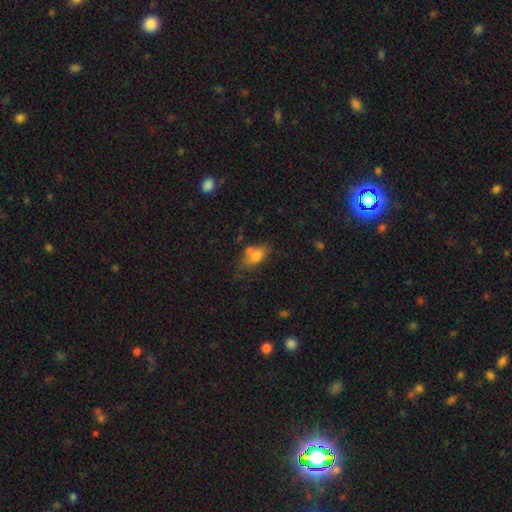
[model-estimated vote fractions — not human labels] Smooth or featured: smooth — 71% (featured or disk — 19%)
How rounded: in between — 84% (round — 9%)
Merging: none — 42% (merger — 27%)